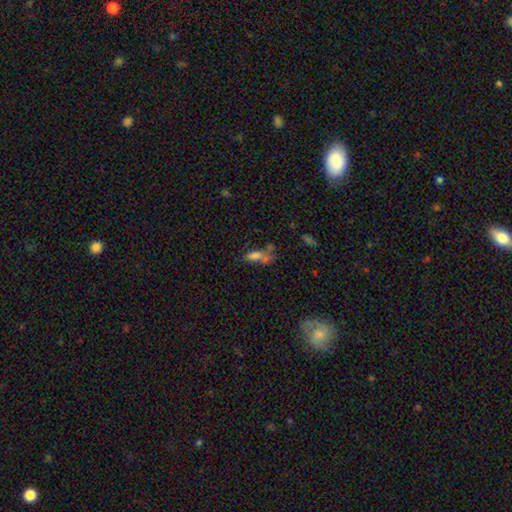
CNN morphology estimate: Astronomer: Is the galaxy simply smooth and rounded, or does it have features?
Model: smooth — 63%.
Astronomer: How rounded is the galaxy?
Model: in between — 73%.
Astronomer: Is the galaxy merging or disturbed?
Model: merger — 37% (runner-up: none, 33%).